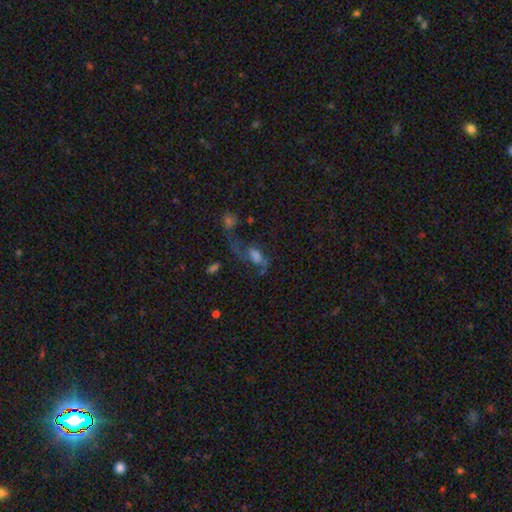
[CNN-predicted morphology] Smooth or featured? Predicted: smooth (p=0.41, tied with featured or disk). Merging? Predicted: major disturbance (p=0.36).